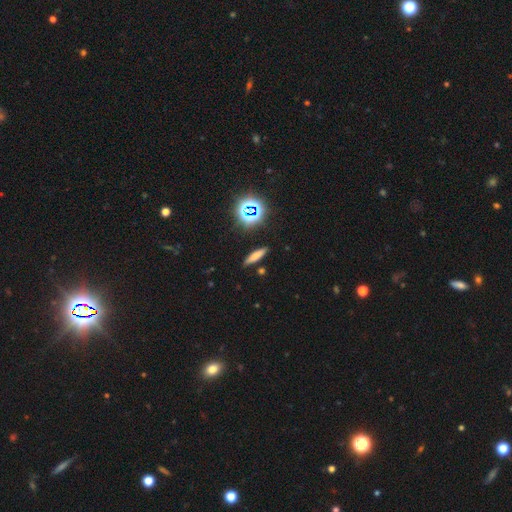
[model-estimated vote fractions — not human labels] smooth_or_featured: smooth (p=0.64) [alt: star or artifact p=0.19]
how_rounded: cigar-shaped (p=0.79) [alt: in between p=0.16]
merging: none (p=0.88) [alt: minor disturbance p=0.08]